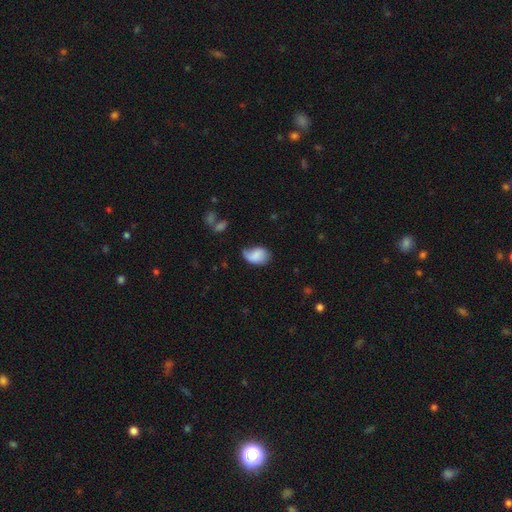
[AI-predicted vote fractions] Smooth or featured? smooth (69%)
How rounded? in between (79%)
Merging? none (38%)